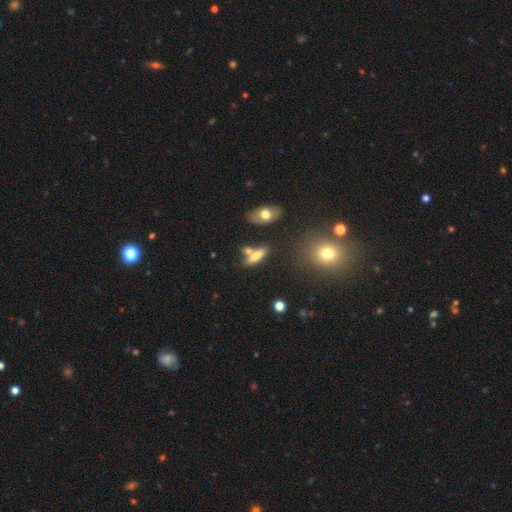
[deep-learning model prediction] The model was most divided on "how rounded": in between: 49%, cigar-shaped: 45%, round: 6%. More confident: smooth or featured — smooth (60%); merging — none (57%).